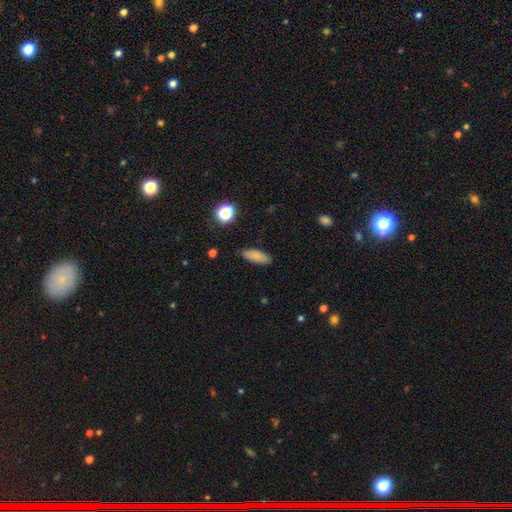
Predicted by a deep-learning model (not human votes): smooth 84%, star or artifact 9%, featured or disk 7%. Down the decision tree: how rounded — in between (64%); merging — none (85%).